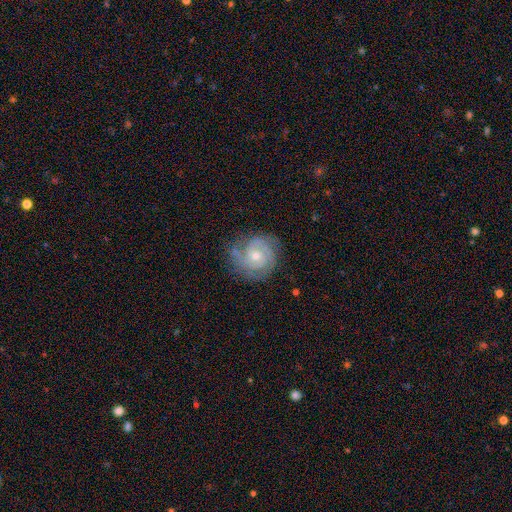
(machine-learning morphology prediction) smooth-or-featured: featured or disk: 83% | smooth: 11% | star or artifact: 6%
  disk-edge-on: no: 98% | yes: 2%
    bar: no: 71% | weak: 25% | strong: 4%
    has-spiral-arms: yes: 96% | no: 4%
      spiral-winding: tight: 69% | medium: 26% | loose: 5%
      spiral-arm-count: 2: 41% | 3: 27% | can't tell: 18% | 4: 5% | 1: 4% | more than 4: 4%
    bulge-size: moderate: 55% | small: 42% | large: 2% | none: 1% | dominant: 1%
  merging: none: 76% | minor disturbance: 17% | major disturbance: 5% | merger: 1%